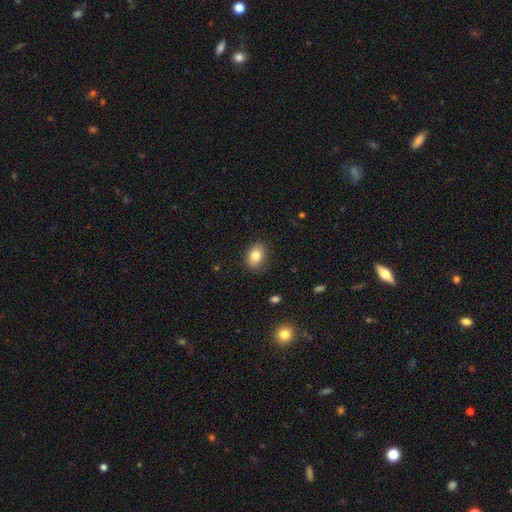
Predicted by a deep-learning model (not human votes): This appears to be a smooth galaxy with no disk features (80%) that is in between round and cigar-shaped (72%). Merging: none (86%).